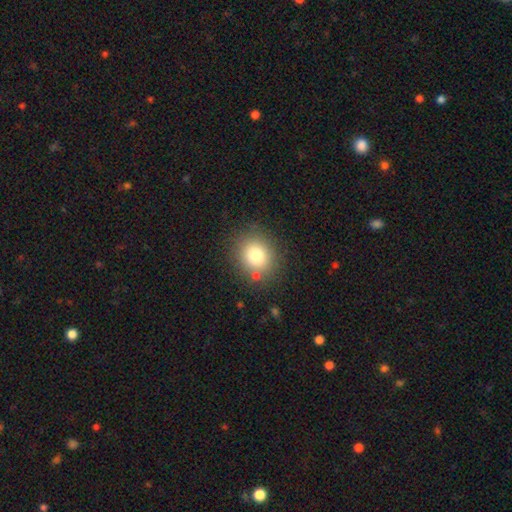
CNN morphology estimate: Smooth or featured? smooth (77%)
How rounded? round (77%)
Merging? none (82%)